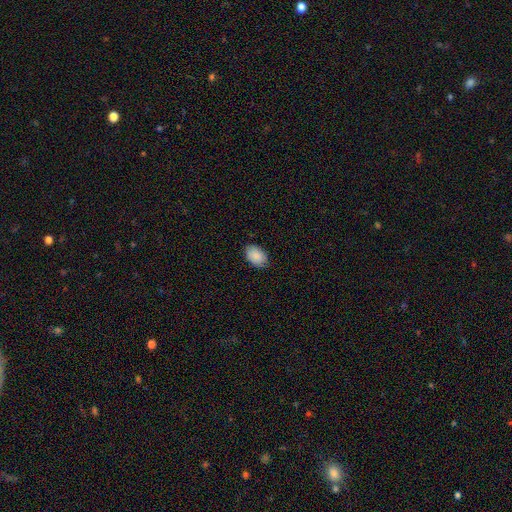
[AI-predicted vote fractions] This appears to be a smooth galaxy with no disk features (88%) that is in between round and cigar-shaped (83%). Merging: none (83%).